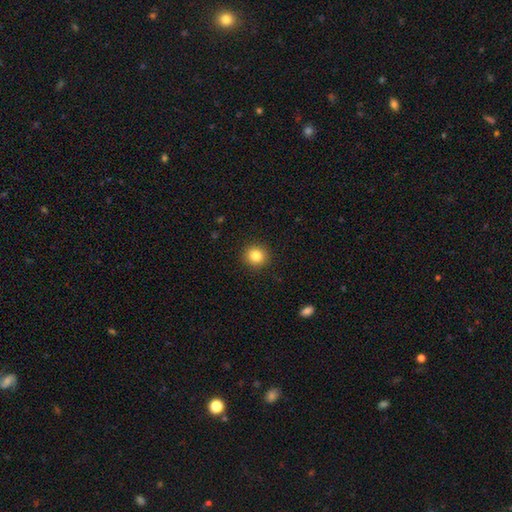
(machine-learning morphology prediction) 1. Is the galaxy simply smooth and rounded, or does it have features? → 83% smooth, 11% star or artifact, 6% featured or disk.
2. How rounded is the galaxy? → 92% round, 7% in between, 1% cigar-shaped.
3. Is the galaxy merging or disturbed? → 92% none, 5% minor disturbance, 2% major disturbance, 1% merger.